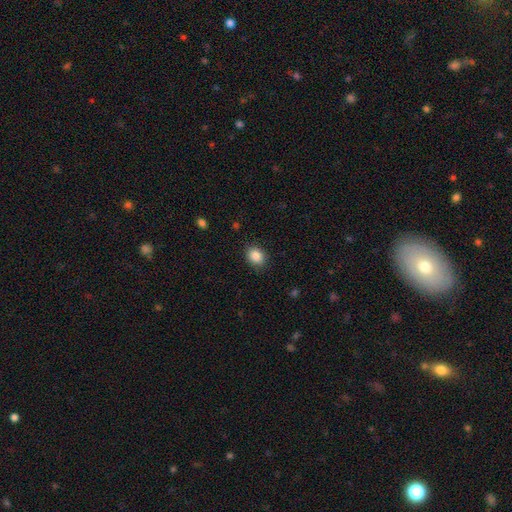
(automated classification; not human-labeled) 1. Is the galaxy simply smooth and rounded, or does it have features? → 87% smooth, 9% star or artifact, 4% featured or disk.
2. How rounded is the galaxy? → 51% in between, 48% round, 1% cigar-shaped.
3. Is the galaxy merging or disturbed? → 86% none, 10% minor disturbance, 3% major disturbance, 1% merger.